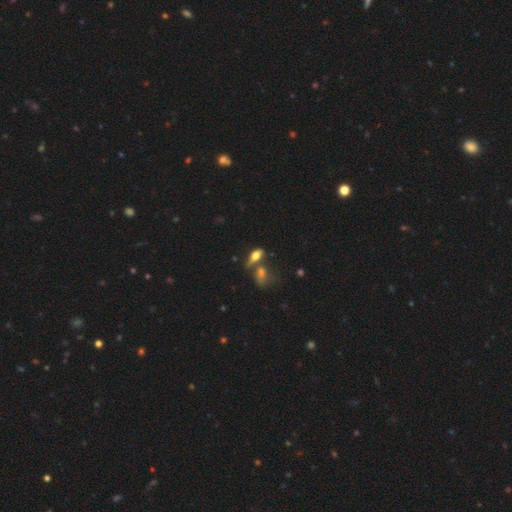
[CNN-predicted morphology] A smooth galaxy with no disk features (54%) that is in between round and cigar-shaped (68%). Merging: none (47%).